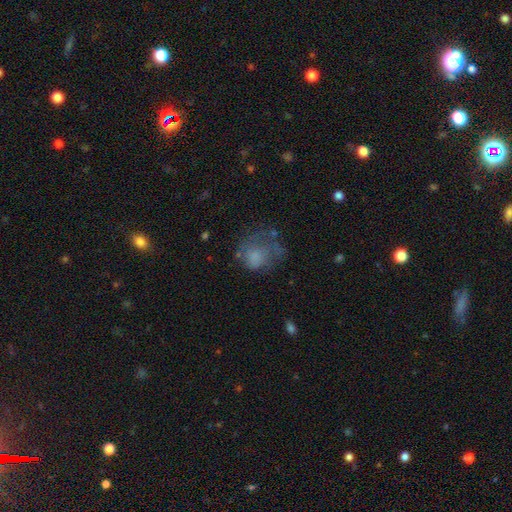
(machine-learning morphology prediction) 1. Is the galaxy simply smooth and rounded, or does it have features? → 60% smooth, 28% featured or disk, 13% star or artifact.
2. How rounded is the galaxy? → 58% round, 41% in between, 1% cigar-shaped.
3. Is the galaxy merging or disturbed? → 39% major disturbance, 32% none, 24% minor disturbance, 4% merger.